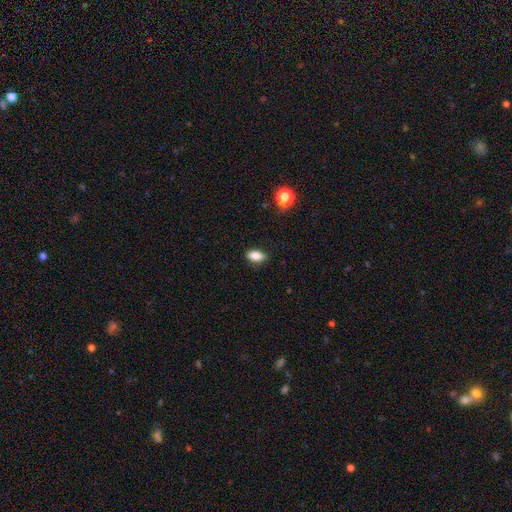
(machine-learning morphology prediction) Smooth or featured: smooth — 84% (star or artifact — 9%)
How rounded: in between — 87% (cigar-shaped — 7%)
Merging: none — 85% (minor disturbance — 11%)